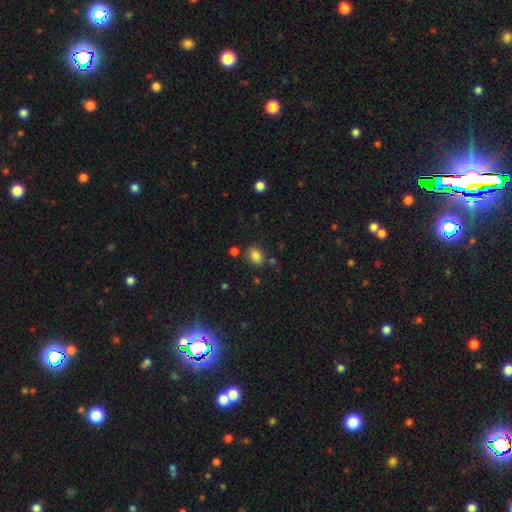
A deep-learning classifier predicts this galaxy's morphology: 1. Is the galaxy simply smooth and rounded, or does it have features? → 82% smooth, 12% star or artifact, 6% featured or disk.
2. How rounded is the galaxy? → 64% in between, 35% round, 1% cigar-shaped.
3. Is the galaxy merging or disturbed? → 75% none, 13% minor disturbance, 7% merger, 4% major disturbance.